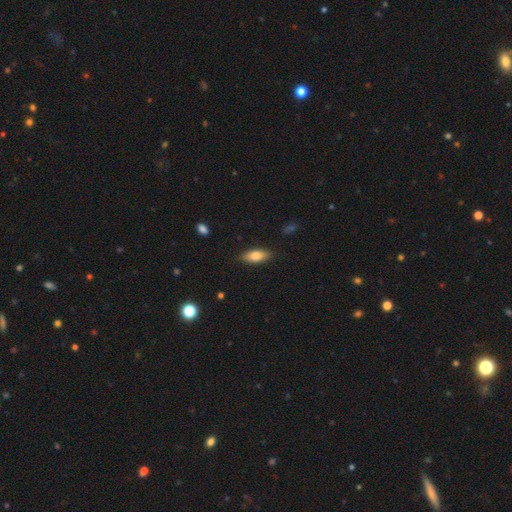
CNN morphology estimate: This is likely a smooth galaxy (77%). How rounded: likely in between (77%). Merging: clearly none (85%).